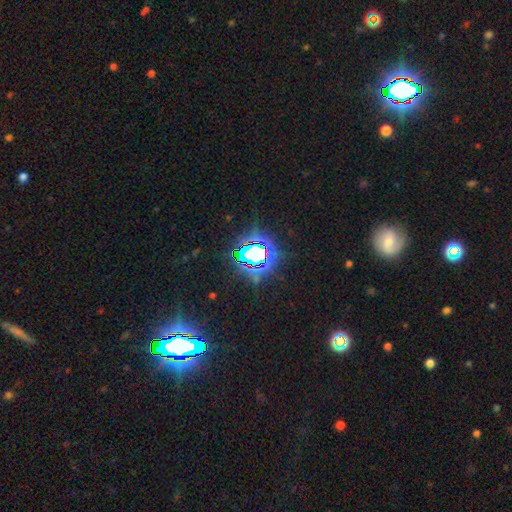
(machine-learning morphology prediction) type=star or artifact (75%).